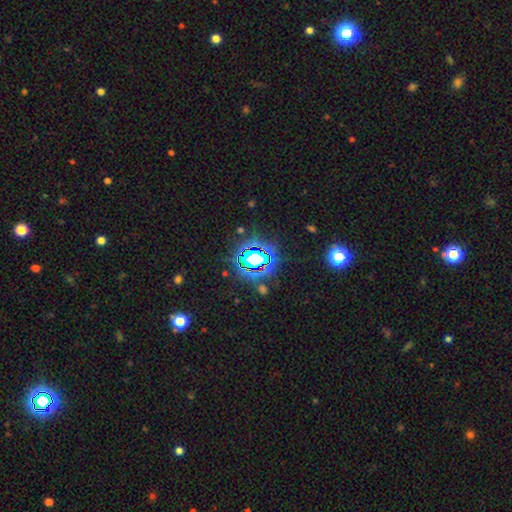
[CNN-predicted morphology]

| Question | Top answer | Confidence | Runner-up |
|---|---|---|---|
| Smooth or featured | star or artifact | 75% | smooth (14%) |